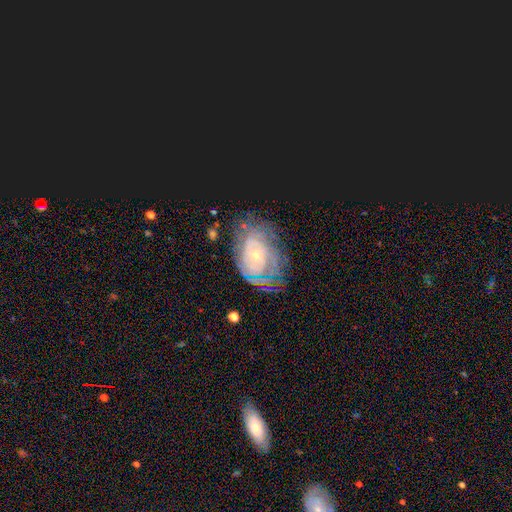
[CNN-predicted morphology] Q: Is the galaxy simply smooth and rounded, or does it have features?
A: featured or disk — 80%.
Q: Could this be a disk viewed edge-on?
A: no — 96%.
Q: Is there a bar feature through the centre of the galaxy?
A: no — 74%.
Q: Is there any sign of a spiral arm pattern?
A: yes — 92%.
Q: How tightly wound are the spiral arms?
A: tight — 79%.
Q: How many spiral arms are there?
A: can't tell — 47%.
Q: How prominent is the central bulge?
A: small — 74%.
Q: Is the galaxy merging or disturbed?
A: none — 70%.